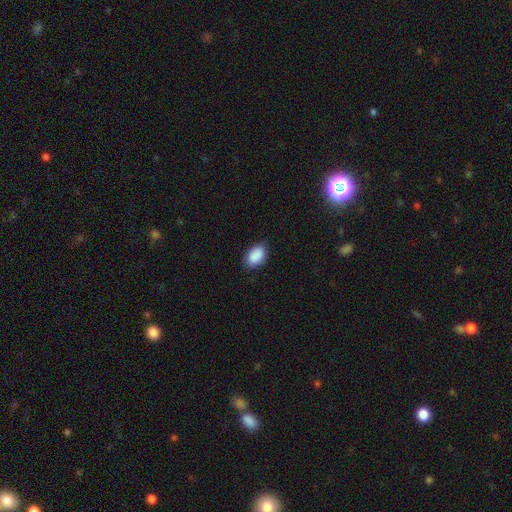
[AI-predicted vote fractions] smooth-or-featured: smooth: 89% | star or artifact: 7% | featured or disk: 4%
  how-rounded: in between: 88% | round: 11% | cigar-shaped: 1%
  merging: none: 80% | minor disturbance: 16% | major disturbance: 3% | merger: 1%